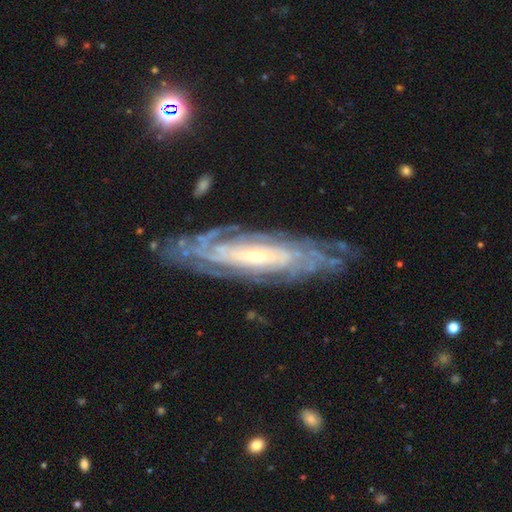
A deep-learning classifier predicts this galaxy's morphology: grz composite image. It shows a featured or disk galaxy (86%) with no bar (59%), tight (80%) spiral arms (96%) and a small central bulge (70%). Merging: none (78%).